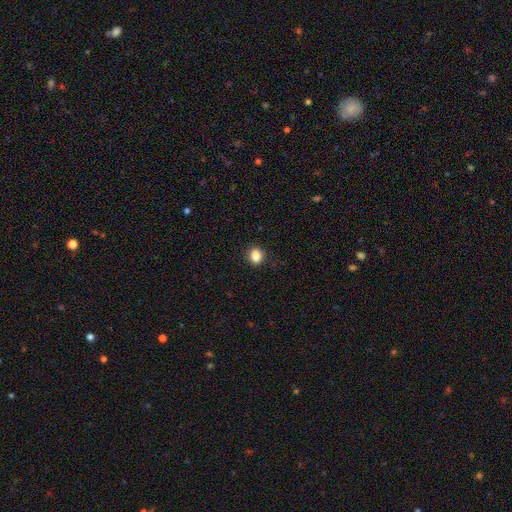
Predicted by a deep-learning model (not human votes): Smooth or featured? Predicted: smooth (p=0.85). How rounded? Predicted: round (p=0.50). Merging? Predicted: none (p=0.88).